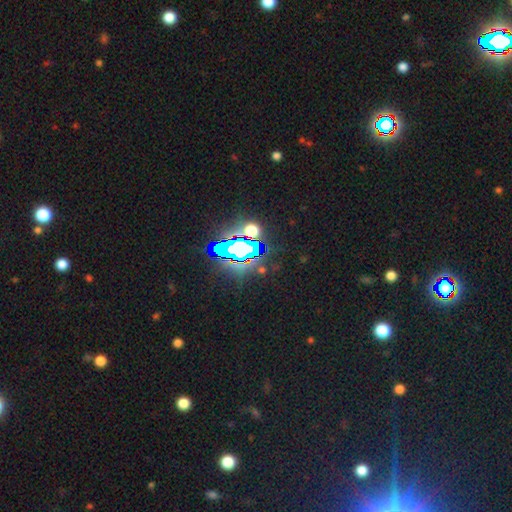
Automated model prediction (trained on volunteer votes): Smooth or featured?
  - star or artifact: 78% *
  - smooth: 12%
  - featured or disk: 10%